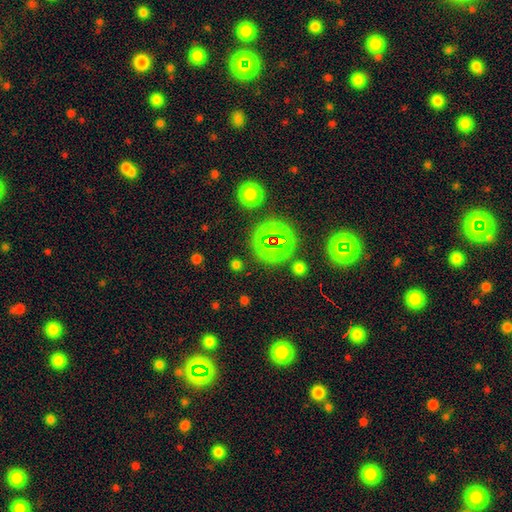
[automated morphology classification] A star or artifact, not a galaxy (71%).